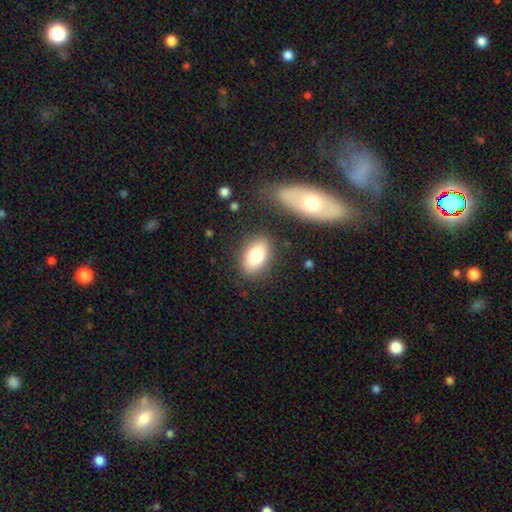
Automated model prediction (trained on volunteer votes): A smooth galaxy with no disk features (78%) that is in between round and cigar-shaped (86%). Merging: none (83%).